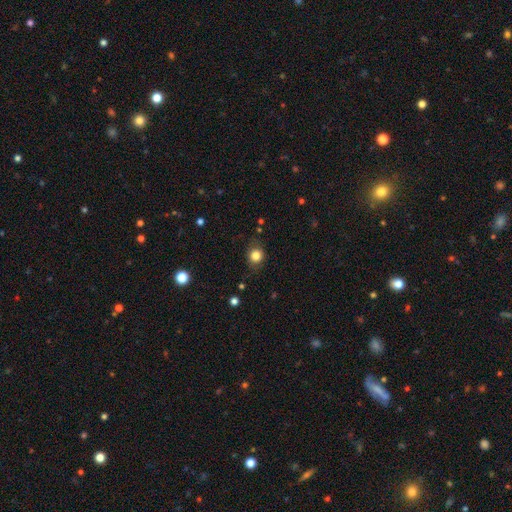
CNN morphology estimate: smooth 82%, star or artifact 11%, featured or disk 6%. Down the decision tree: how rounded — round (78%); merging — none (79%).